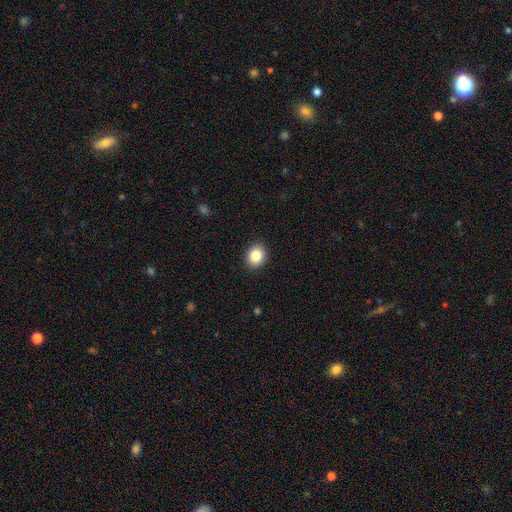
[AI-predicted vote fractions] This is clearly a smooth galaxy (86%). How rounded: possibly round (59%). Merging: clearly none (91%).